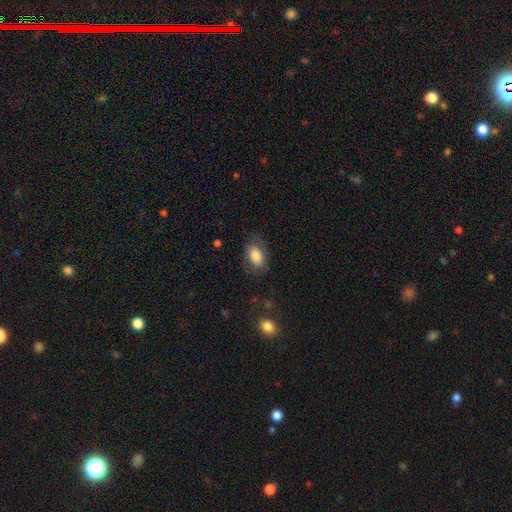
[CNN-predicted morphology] Smooth or featured?
  - smooth: 77% *
  - featured or disk: 16%
  - star or artifact: 7%
How rounded?
  - in between: 88% *
  - round: 10%
  - cigar-shaped: 2%
Merging?
  - none: 73% *
  - minor disturbance: 17%
  - major disturbance: 8%
  - merger: 1%